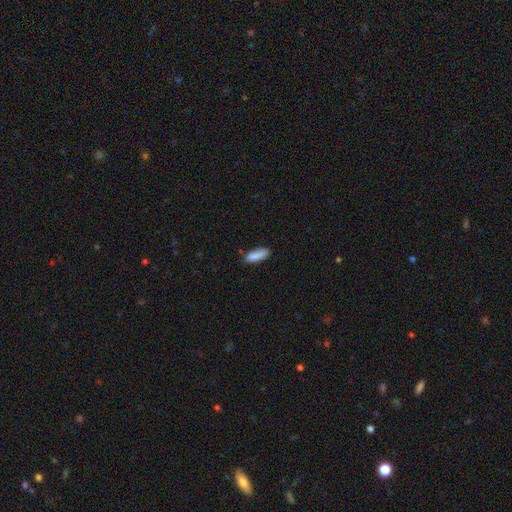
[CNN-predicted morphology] A smooth galaxy with no disk features (86%) that is cigar-shaped (51%).

Vote fractions:
- Smooth or featured? smooth: 86% / star or artifact: 7% / featured or disk: 6%
- How rounded? cigar-shaped: 51% / in between: 47% / round: 2%
- Merging? none: 72% / minor disturbance: 20% / major disturbance: 4% / merger: 4%